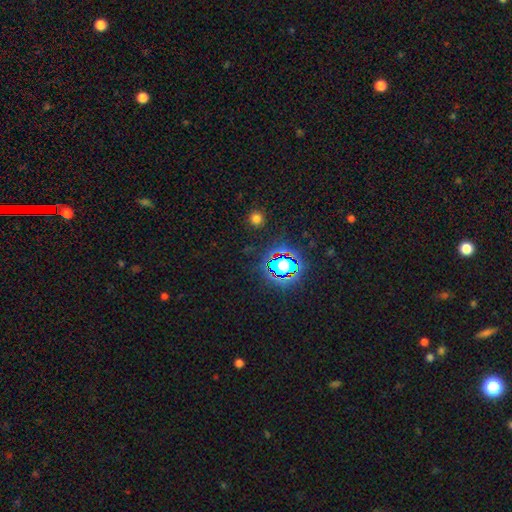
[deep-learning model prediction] This is clearly a star or artifact rather than a galaxy (82%).